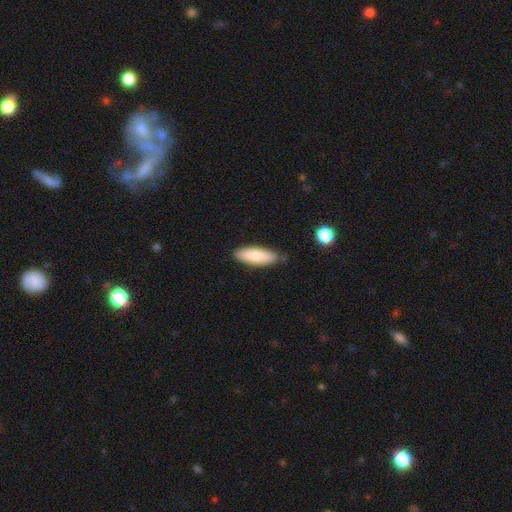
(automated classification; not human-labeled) This appears to be a smooth galaxy with no disk features (84%) that is in between round and cigar-shaped (60%). Merging: none (77%).